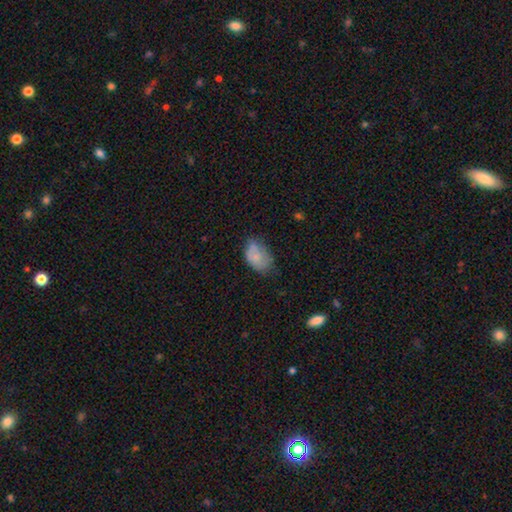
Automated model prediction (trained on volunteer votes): smooth_or_featured: smooth (p=0.73) [alt: featured or disk p=0.19]
how_rounded: in between (p=0.86) [alt: round p=0.13]
merging: none (p=0.42) [alt: minor disturbance p=0.38]